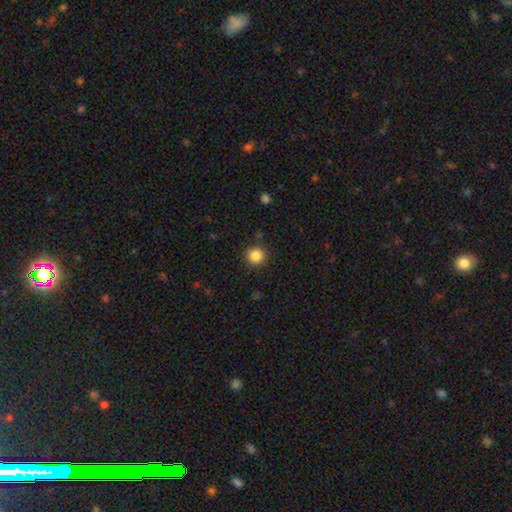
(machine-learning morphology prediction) Overall: smooth (86%). How rounded: round (94%). Merging: none (89%).